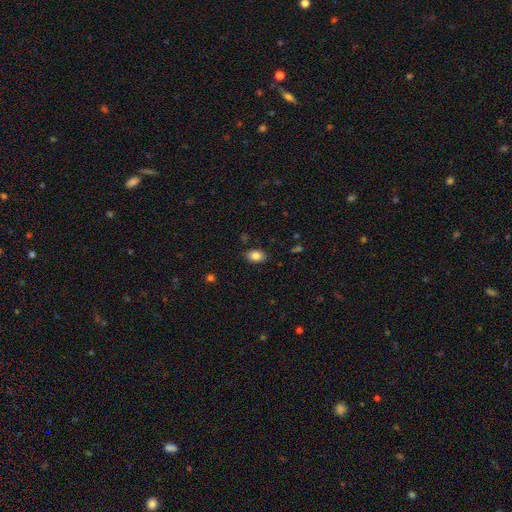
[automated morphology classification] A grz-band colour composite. It shows a smooth galaxy with no disk features (85%) that is in between round and cigar-shaped (84%). Merging: none (85%).